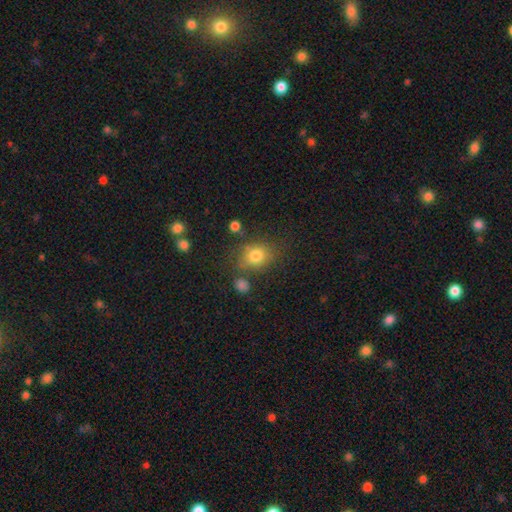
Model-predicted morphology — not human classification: A smooth galaxy with no disk features (78%) that is round (52%).

Vote fractions:
- Smooth or featured? smooth: 78% / star or artifact: 12% / featured or disk: 10%
- How rounded? round: 52% / in between: 46% / cigar-shaped: 1%
- Merging? none: 67% / minor disturbance: 18% / merger: 8% / major disturbance: 7%